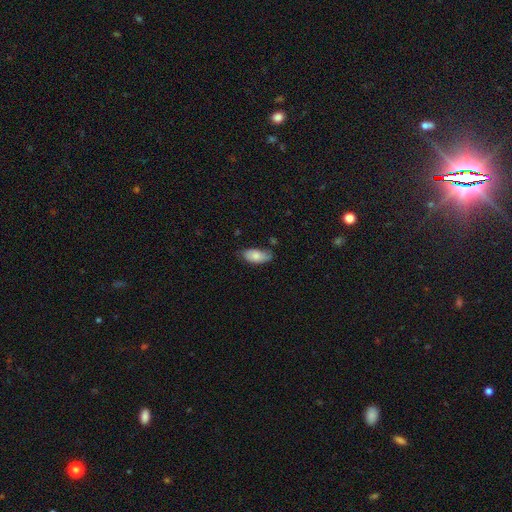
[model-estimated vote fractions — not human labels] Morphology: type=smooth (80%); roundness=in between (91%); merging=none (67%).